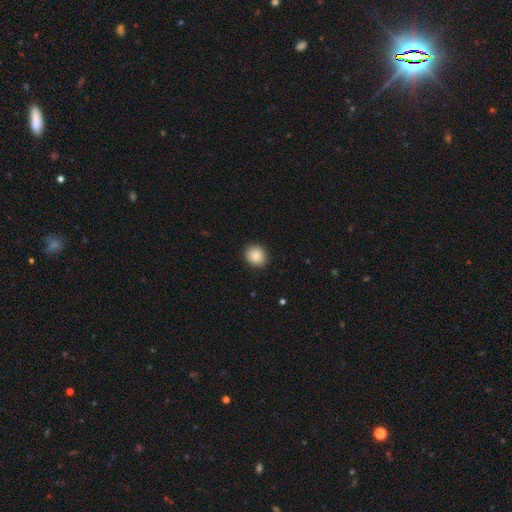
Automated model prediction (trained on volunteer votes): Morphology: type=smooth (85%); roundness=round (74%); merging=none (90%).